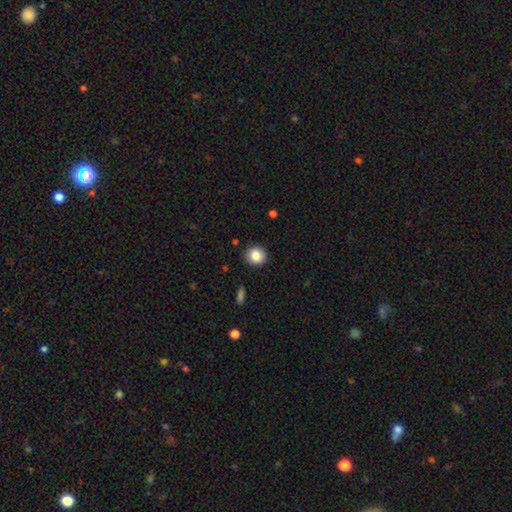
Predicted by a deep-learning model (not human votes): Overall: smooth (87%). How rounded: round (90%). Merging: none (90%).